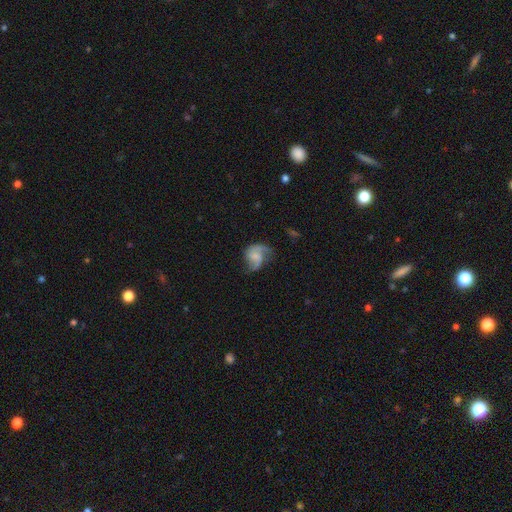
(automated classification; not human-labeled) Smooth or featured: featured or disk — 67% (smooth — 26%)
Edge-on disk: no — 98% (yes — 2%)
Bar: no — 57% (weak — 36%)
Spiral arms: yes — 90% (no — 10%)
Spiral winding: loose — 46% (medium — 40%)
Spiral arm count: 2 — 71% (1 — 18%)
Bulge size: small — 40% (none — 31%)
Merging: none — 44% (minor disturbance — 27%)